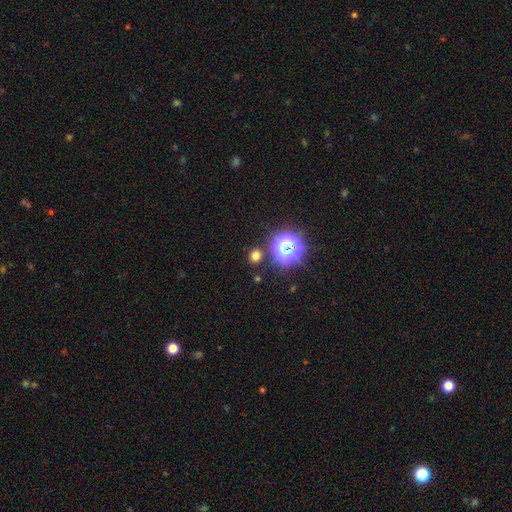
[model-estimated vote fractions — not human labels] smooth 66%, star or artifact 29%, featured or disk 6%. Down the decision tree: how rounded — round (82%); merging — none (85%).